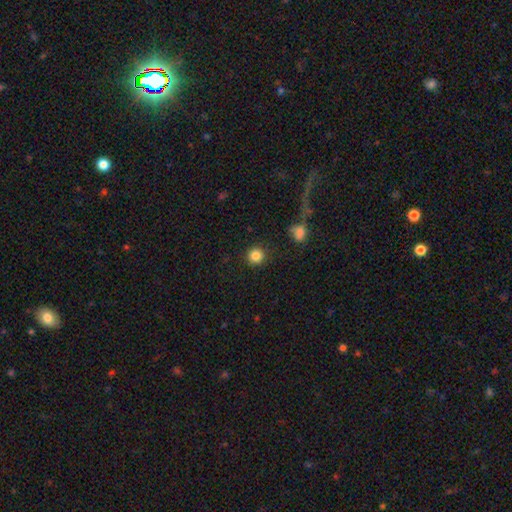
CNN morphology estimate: Overall: smooth (85%). How rounded: round (93%). Merging: none (88%).